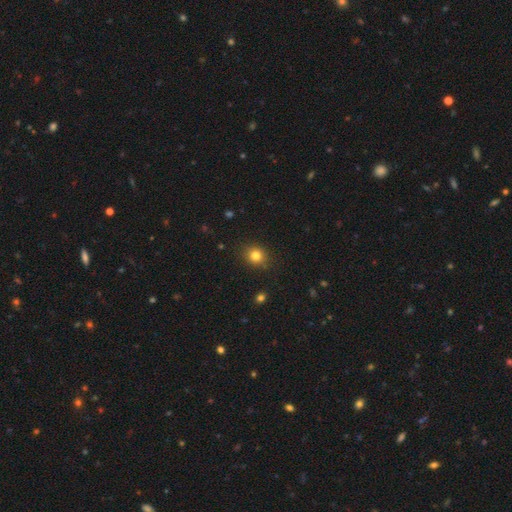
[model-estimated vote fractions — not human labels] smooth 81%, star or artifact 13%, featured or disk 7%. Down the decision tree: how rounded — round (75%); merging — none (86%).